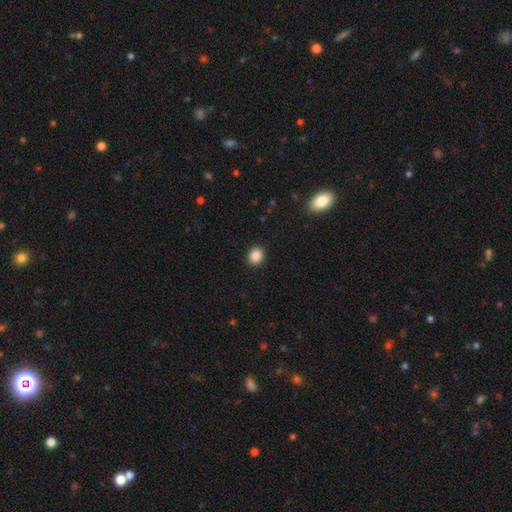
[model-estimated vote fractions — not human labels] Smooth or featured?
  - smooth: 88% *
  - star or artifact: 9%
  - featured or disk: 3%
How rounded?
  - round: 70% *
  - in between: 29%
  - cigar-shaped: 1%
Merging?
  - none: 91% *
  - minor disturbance: 6%
  - major disturbance: 2%
  - merger: 1%